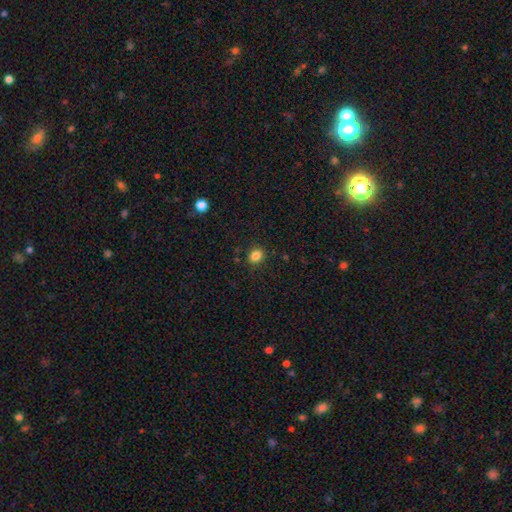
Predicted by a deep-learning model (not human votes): Smooth or featured: smooth — 83% (star or artifact — 12%)
How rounded: round — 70% (in between — 29%)
Merging: none — 87% (minor disturbance — 9%)